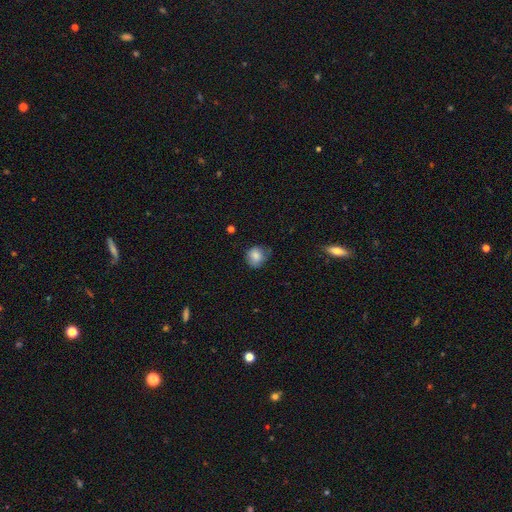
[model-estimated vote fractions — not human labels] smooth-or-featured: smooth: 82% | featured or disk: 9% | star or artifact: 9%
  how-rounded: round: 71% | in between: 28% | cigar-shaped: 1%
  merging: none: 59% | minor disturbance: 31% | major disturbance: 8% | merger: 2%